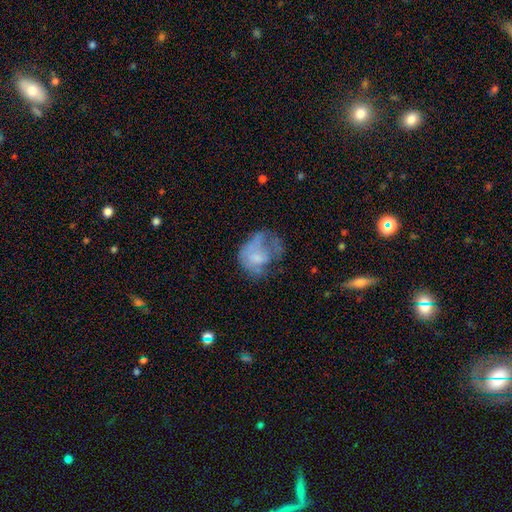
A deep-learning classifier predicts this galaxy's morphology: Overall: smooth (50%; featured or disk 39%). How rounded: in between (53%; round 46%). Merging: major disturbance (45%; none 26%).